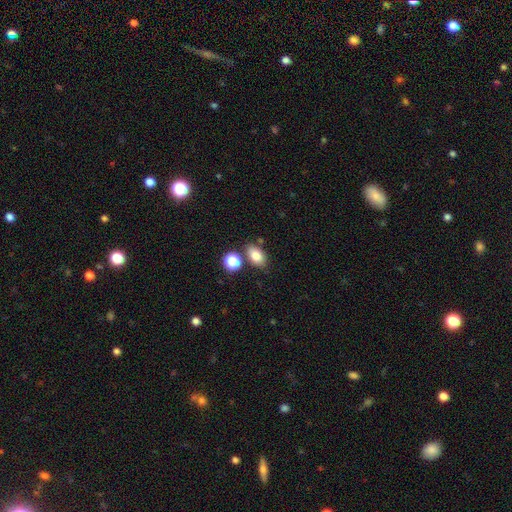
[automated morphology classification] A smooth galaxy with no disk features (80%) that is in between round and cigar-shaped (84%). Merging: none (74%).